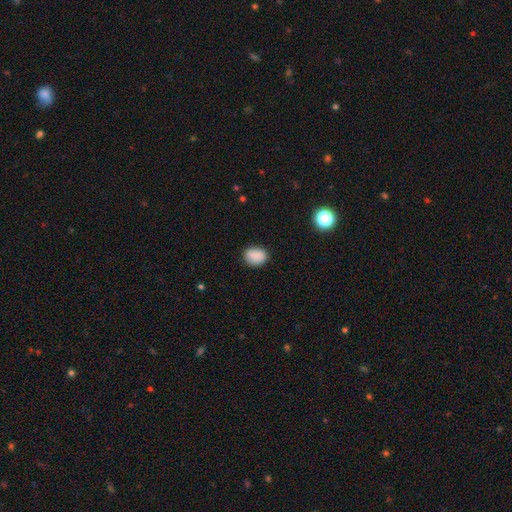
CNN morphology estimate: Smooth or featured: smooth — 86% (star or artifact — 9%)
How rounded: in between — 58% (round — 41%)
Merging: none — 81% (minor disturbance — 15%)